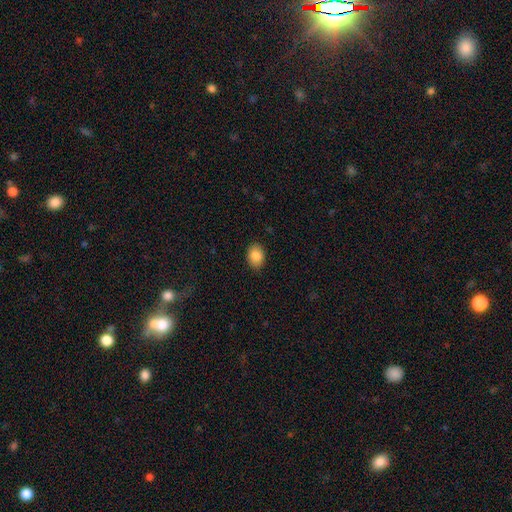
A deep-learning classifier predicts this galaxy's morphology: A smooth galaxy with no disk features (87%) that is in between round and cigar-shaped (73%).

Vote fractions:
- Smooth or featured? smooth: 87% / star or artifact: 8% / featured or disk: 5%
- How rounded? in between: 73% / round: 26% / cigar-shaped: 1%
- Merging? none: 86% / minor disturbance: 10% / major disturbance: 2% / merger: 1%